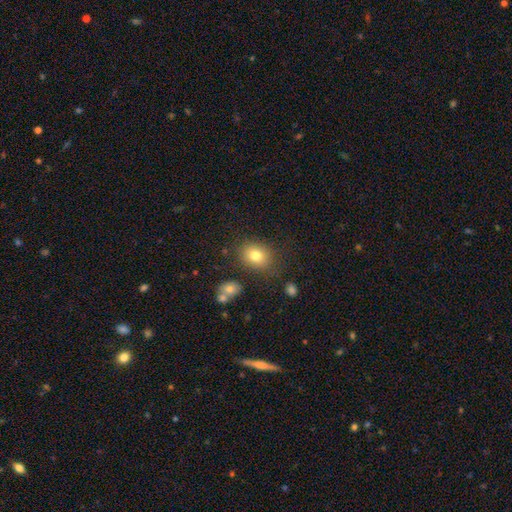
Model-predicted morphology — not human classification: type=smooth (79%); roundness=round (52%); merging=none (80%).